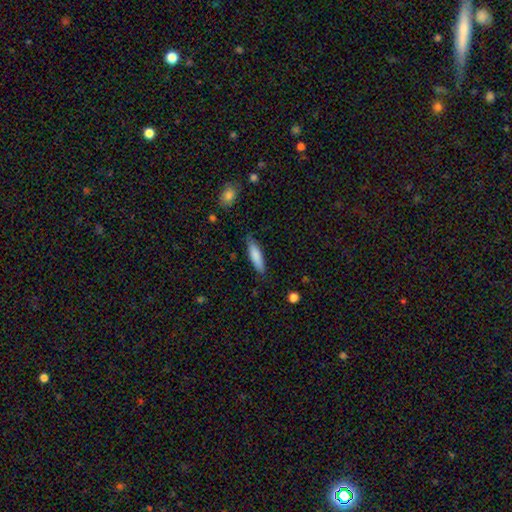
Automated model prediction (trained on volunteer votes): The model was most divided on "how rounded": cigar-shaped: 69%, in between: 30%, round: 1%. More confident: smooth or featured — smooth (83%); merging — none (80%).